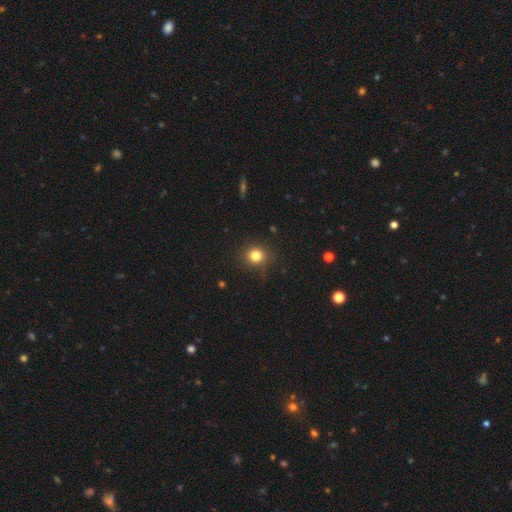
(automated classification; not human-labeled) Smooth or featured? smooth (81%)
How rounded? round (88%)
Merging? none (85%)